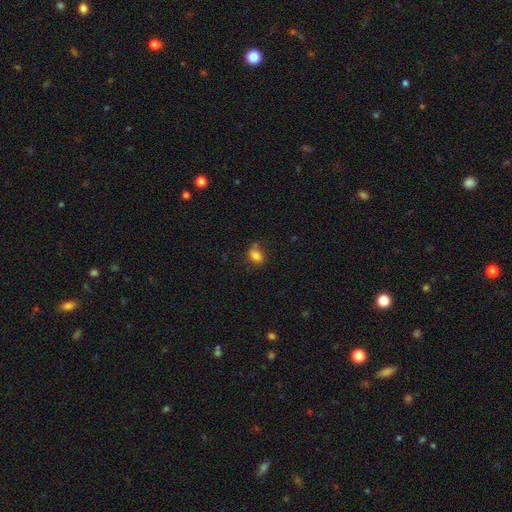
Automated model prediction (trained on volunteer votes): Smooth or featured? smooth (74%)
How rounded? in between (67%)
Merging? none (47%)